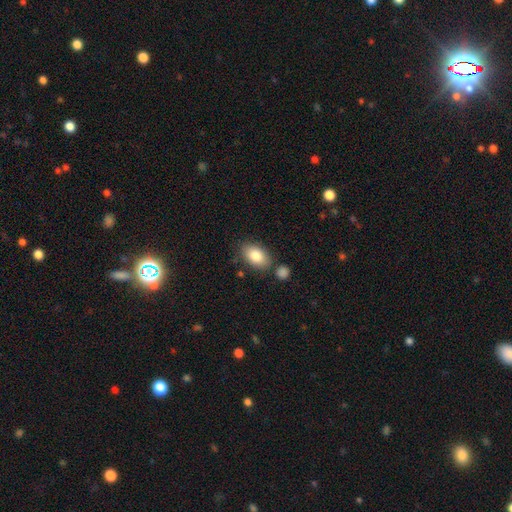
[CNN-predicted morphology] The model was most divided on "merging": none: 75%, minor disturbance: 13%, merger: 8%, major disturbance: 3%. More confident: how rounded — in between (91%); smooth or featured — smooth (84%).